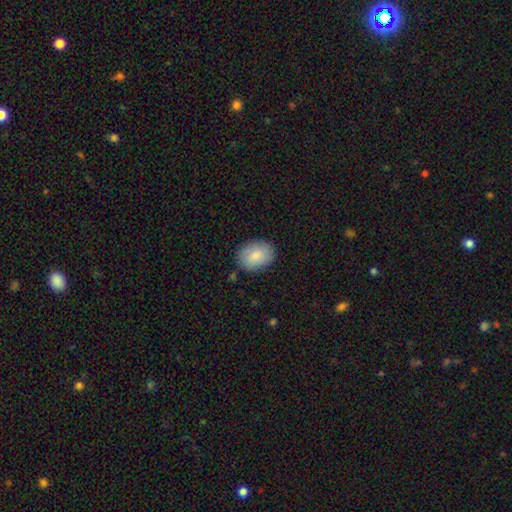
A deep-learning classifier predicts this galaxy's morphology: Overall: smooth (83%). How rounded: in between (70%). Merging: none (85%).